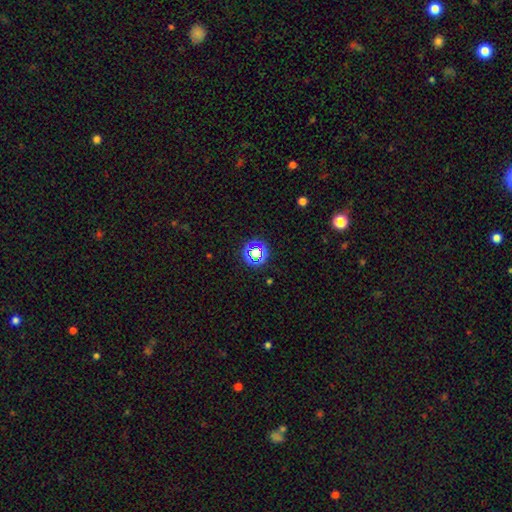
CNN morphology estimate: This appears to be a star or artifact, not a galaxy (62%).